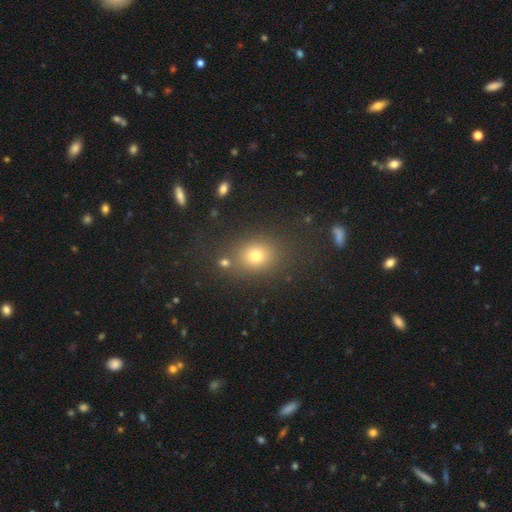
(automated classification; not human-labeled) smooth-or-featured: smooth: 73% | star or artifact: 17% | featured or disk: 10%
  how-rounded: round: 54% | in between: 45% | cigar-shaped: 1%
  merging: none: 77% | minor disturbance: 11% | merger: 7% | major disturbance: 5%